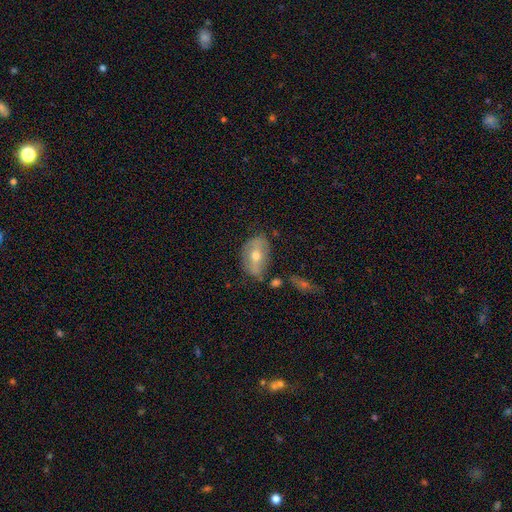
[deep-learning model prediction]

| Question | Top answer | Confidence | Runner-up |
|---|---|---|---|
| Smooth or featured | featured or disk | 47% | smooth (44%) |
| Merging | none | 68% | minor disturbance (20%) |